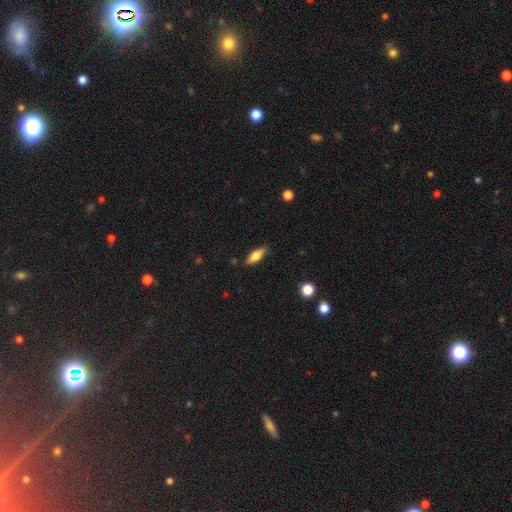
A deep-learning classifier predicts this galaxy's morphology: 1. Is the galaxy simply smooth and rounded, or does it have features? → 73% smooth, 20% featured or disk, 7% star or artifact.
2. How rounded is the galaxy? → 66% in between, 31% cigar-shaped, 3% round.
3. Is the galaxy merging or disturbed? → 81% none, 15% minor disturbance, 3% major disturbance, 1% merger.